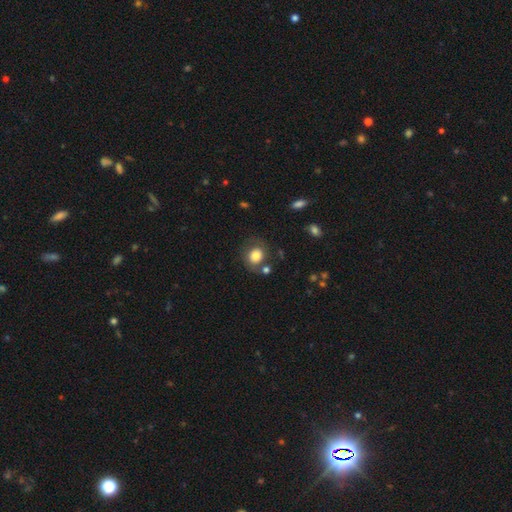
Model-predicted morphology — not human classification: This is likely a smooth galaxy (78%). How rounded: likely round (70%). Merging: likely none (69%).